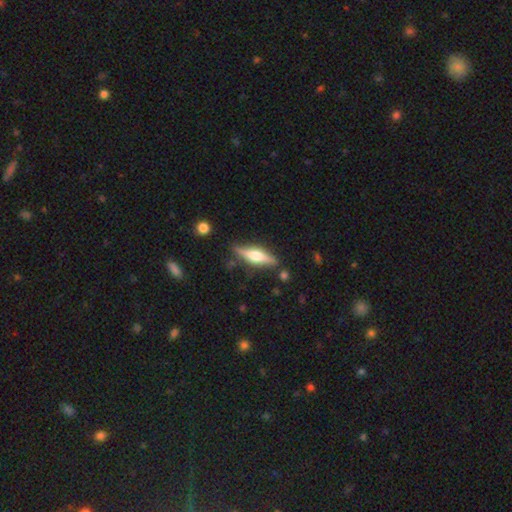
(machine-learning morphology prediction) Smooth or featured?
  - featured or disk: 58% *
  - smooth: 36%
  - star or artifact: 6%
Edge-on disk?
  - yes: 93% *
  - no: 7%
Edge-on bulge?
  - rounded: 85% *
  - boxy: 12%
  - none: 4%
Merging?
  - none: 80% *
  - minor disturbance: 13%
  - major disturbance: 3%
  - merger: 3%